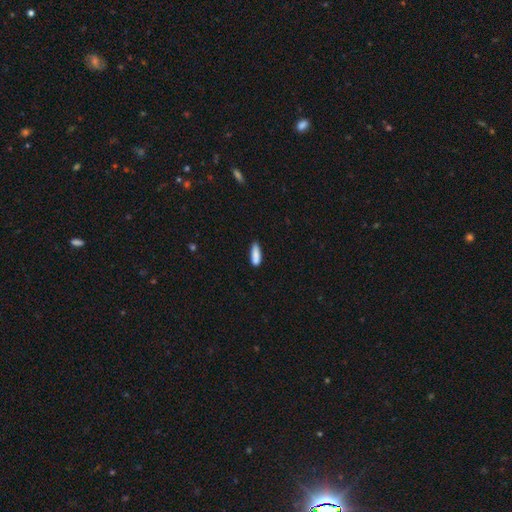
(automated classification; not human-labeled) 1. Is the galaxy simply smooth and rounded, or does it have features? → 86% smooth, 7% star or artifact, 7% featured or disk.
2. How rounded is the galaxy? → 54% cigar-shaped, 44% in between, 2% round.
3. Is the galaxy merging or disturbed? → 71% none, 21% minor disturbance, 4% merger, 4% major disturbance.